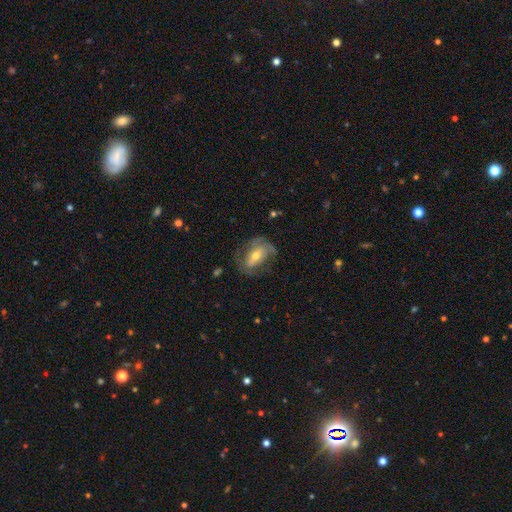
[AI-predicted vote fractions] This appears to be a featured or disk galaxy (70%) with no bar (39%), 2 (45%) medium (41%) spiral arms (82%) and a moderate central bulge (61%). Merging: none (59%).